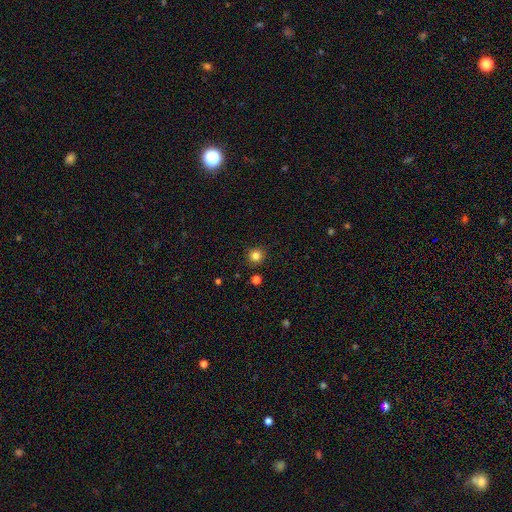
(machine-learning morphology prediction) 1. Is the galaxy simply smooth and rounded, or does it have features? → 82% smooth, 13% star or artifact, 5% featured or disk.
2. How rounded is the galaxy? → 94% round, 5% in between, 1% cigar-shaped.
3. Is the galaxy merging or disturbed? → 91% none, 5% minor disturbance, 2% merger, 2% major disturbance.